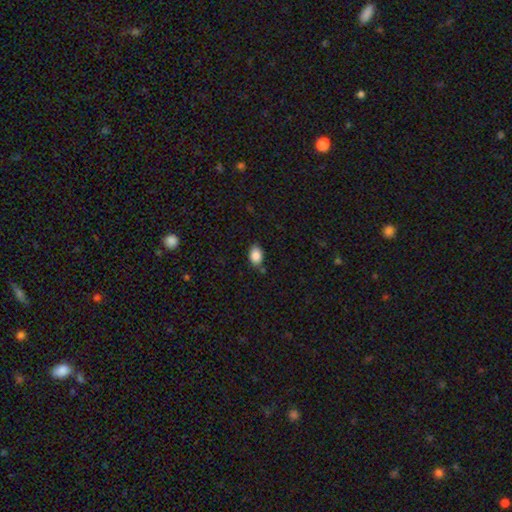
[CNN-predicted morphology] Overall: smooth (87%). How rounded: in between (81%). Merging: none (77%).